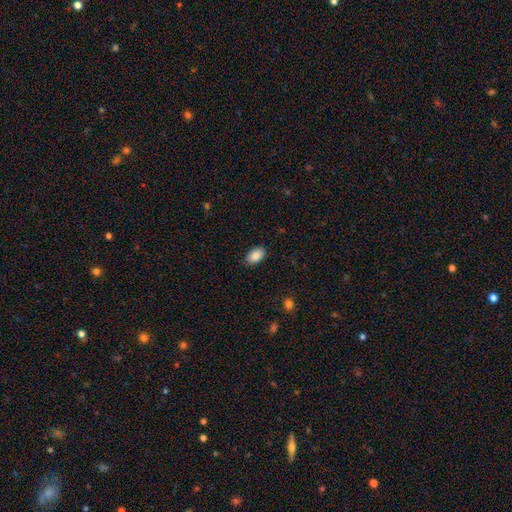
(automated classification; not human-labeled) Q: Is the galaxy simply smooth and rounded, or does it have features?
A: smooth — 89%.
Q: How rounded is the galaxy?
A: in between — 93%.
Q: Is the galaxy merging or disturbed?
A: none — 86%.